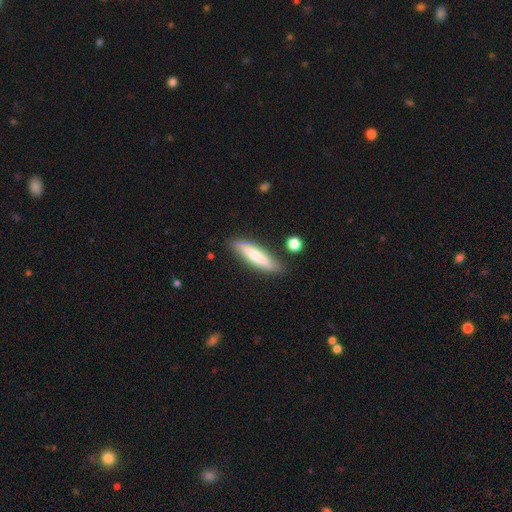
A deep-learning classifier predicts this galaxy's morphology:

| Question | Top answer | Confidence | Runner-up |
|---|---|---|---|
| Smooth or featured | smooth | 64% | featured or disk (30%) |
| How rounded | cigar-shaped | 74% | in between (24%) |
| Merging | none | 83% | minor disturbance (12%) |